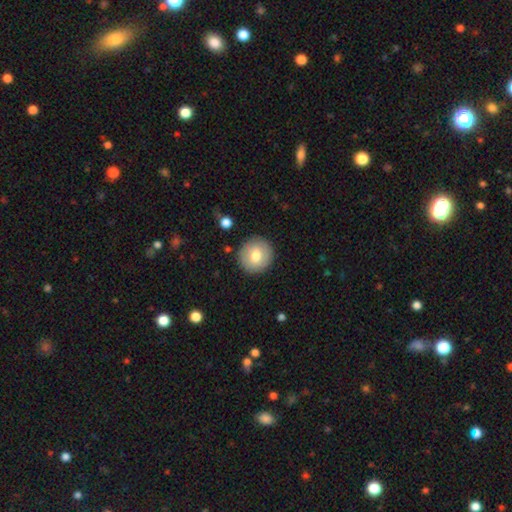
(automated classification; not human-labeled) A smooth galaxy with no disk features (75%) that is round (94%). Merging: none (89%).